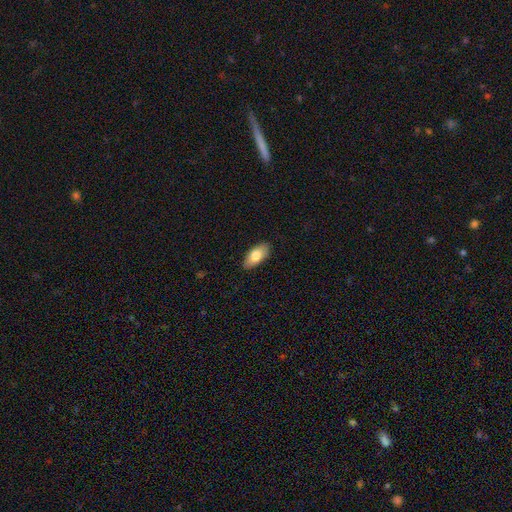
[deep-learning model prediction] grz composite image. It shows a smooth galaxy with no disk features (80%) that is in between round and cigar-shaped (91%). Merging: none (88%).